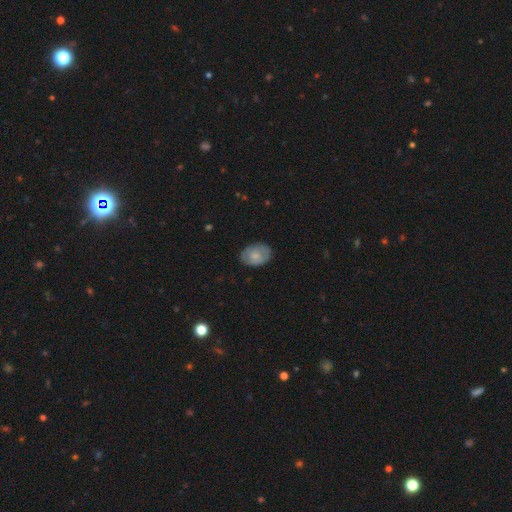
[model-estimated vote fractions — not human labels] smooth 71%, featured or disk 22%, star or artifact 7%. Down the decision tree: how rounded — in between (80%); merging — none (78%).